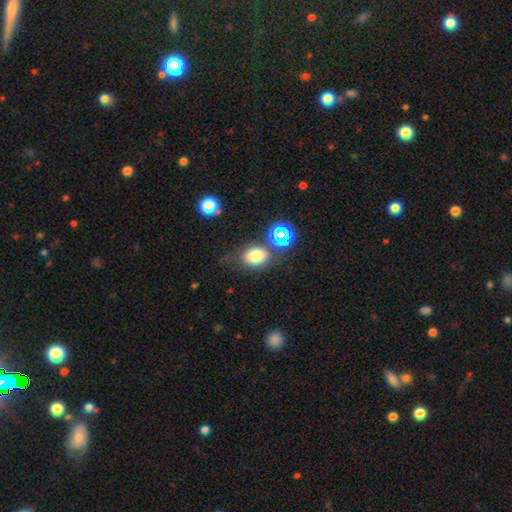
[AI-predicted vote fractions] Smooth or featured?
  - smooth: 74% *
  - star or artifact: 16%
  - featured or disk: 10%
How rounded?
  - in between: 70% *
  - round: 29%
  - cigar-shaped: 1%
Merging?
  - none: 64% *
  - minor disturbance: 18%
  - merger: 10%
  - major disturbance: 8%